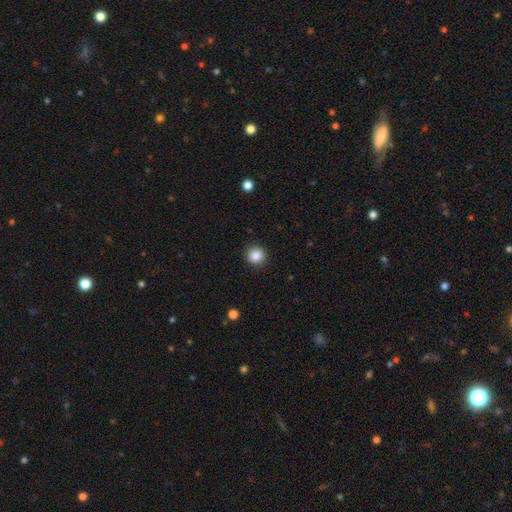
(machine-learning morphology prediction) smooth 86%, star or artifact 10%, featured or disk 3%. Down the decision tree: how rounded — round (94%); merging — none (91%).